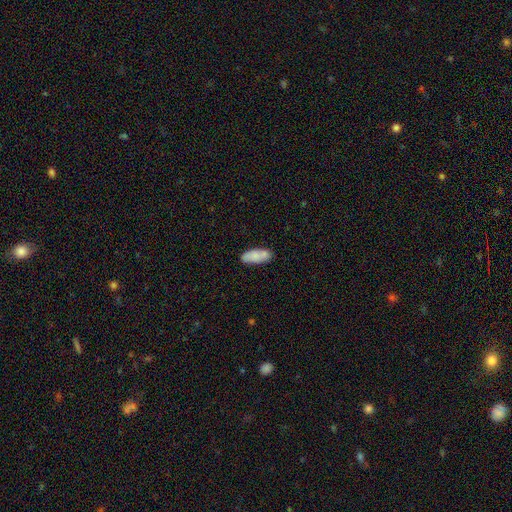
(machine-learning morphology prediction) The model was most divided on "merging": none: 71%, minor disturbance: 17%, merger: 9%, major disturbance: 3%. More confident: smooth or featured — smooth (80%); how rounded — in between (79%).